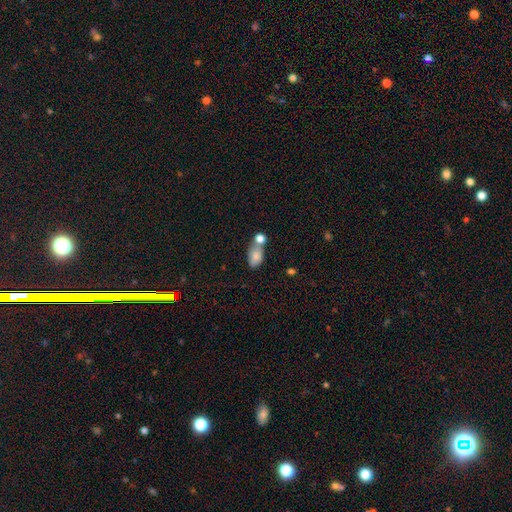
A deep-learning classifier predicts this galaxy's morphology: Q: Smooth or featured?
A: smooth (79%); runner-up: featured or disk (12%)
Q: How rounded?
A: in between (88%); runner-up: round (10%)
Q: Merging?
A: merger (42%); runner-up: none (35%)